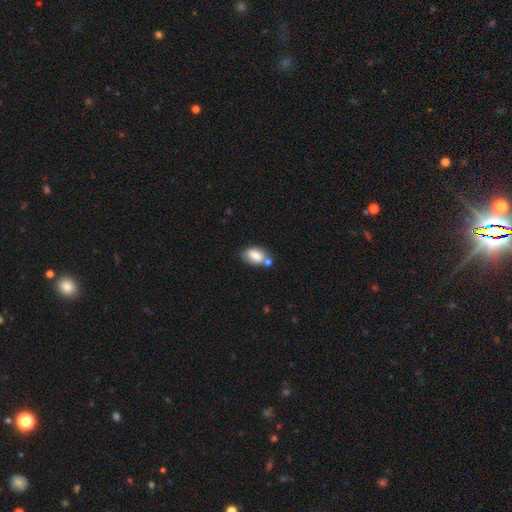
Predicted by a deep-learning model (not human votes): smooth-or-featured: smooth: 79% | featured or disk: 13% | star or artifact: 8%
  how-rounded: in between: 89% | round: 10% | cigar-shaped: 2%
  merging: none: 48% | merger: 29% | minor disturbance: 18% | major disturbance: 5%